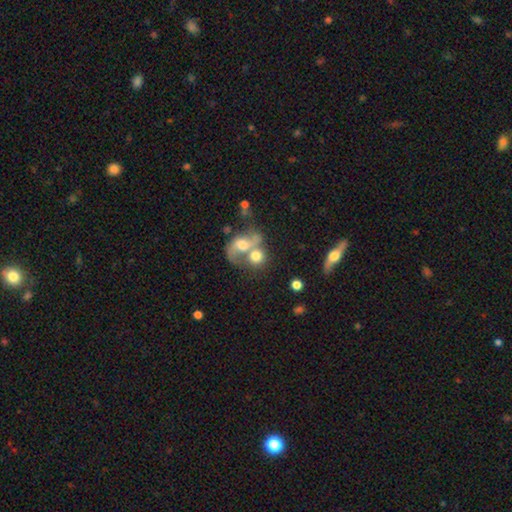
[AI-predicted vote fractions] The model was most divided on "smooth or featured": smooth: 54%, featured or disk: 36%, star or artifact: 10%. More confident: how rounded — round (68%); merging — merger (58%).